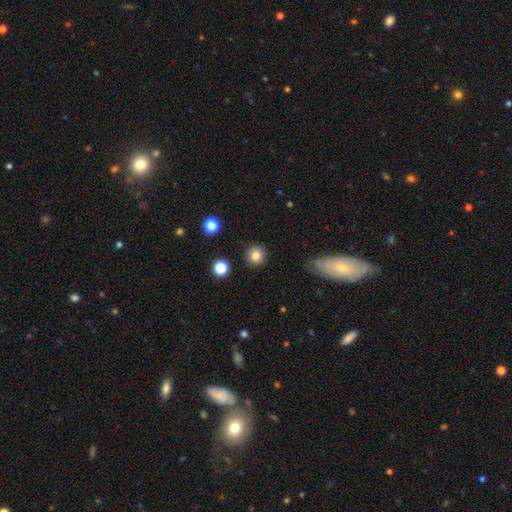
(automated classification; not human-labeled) smooth-or-featured: smooth: 82% | star or artifact: 11% | featured or disk: 7%
  how-rounded: round: 93% | in between: 6% | cigar-shaped: 1%
  merging: none: 89% | minor disturbance: 7% | major disturbance: 2% | merger: 2%